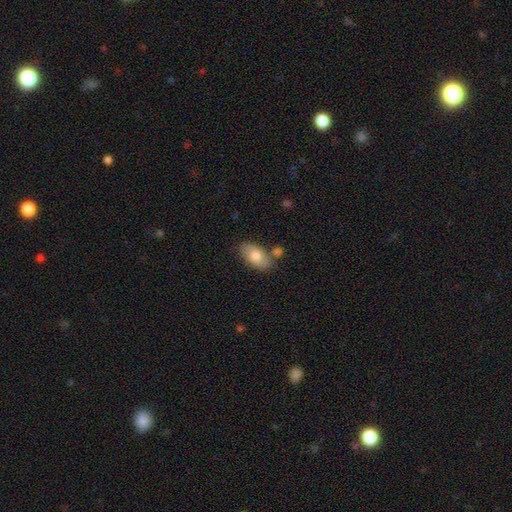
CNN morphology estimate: Smooth or featured: smooth — 76% (featured or disk — 17%)
How rounded: in between — 92% (round — 6%)
Merging: none — 71% (minor disturbance — 15%)